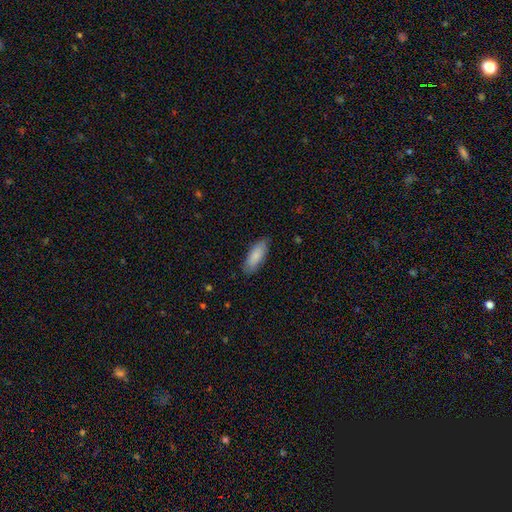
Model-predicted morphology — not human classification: A smooth galaxy with no disk features (85%) that is in between round and cigar-shaped (72%).

Vote fractions:
- Smooth or featured? smooth: 85% / featured or disk: 10% / star or artifact: 5%
- How rounded? in between: 72% / cigar-shaped: 27% / round: 2%
- Merging? none: 84% / minor disturbance: 12% / major disturbance: 2% / merger: 1%